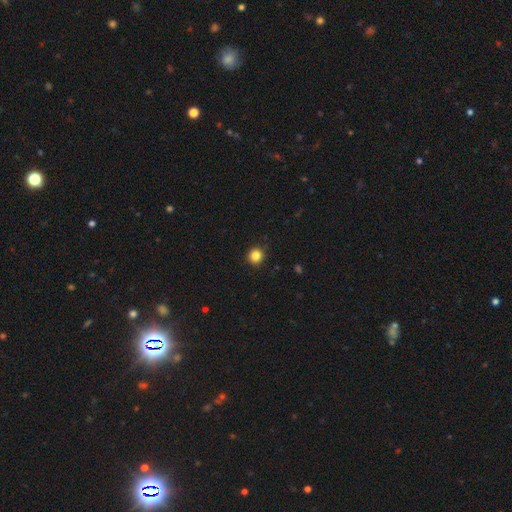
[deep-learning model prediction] Q: Smooth or featured?
A: smooth (85%); runner-up: star or artifact (11%)
Q: How rounded?
A: round (94%); runner-up: in between (5%)
Q: Merging?
A: none (92%); runner-up: minor disturbance (5%)